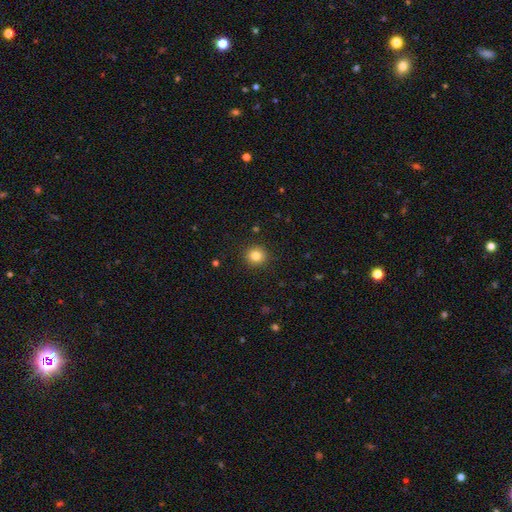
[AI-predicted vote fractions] This is clearly a smooth galaxy (82%). How rounded: clearly round (91%). Merging: clearly none (91%).